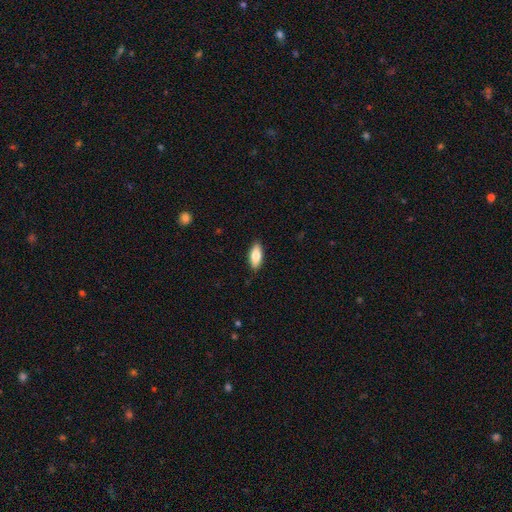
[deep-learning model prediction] Smooth or featured?
  - smooth: 81% *
  - featured or disk: 13%
  - star or artifact: 6%
How rounded?
  - in between: 83% *
  - cigar-shaped: 15%
  - round: 2%
Merging?
  - none: 88% *
  - minor disturbance: 9%
  - major disturbance: 2%
  - merger: 1%